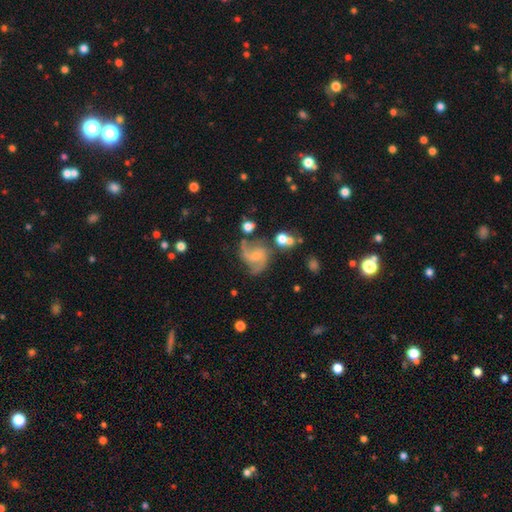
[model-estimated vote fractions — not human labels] Smooth or featured?
  - featured or disk: 81% *
  - smooth: 12%
  - star or artifact: 8%
Edge-on disk?
  - no: 98% *
  - yes: 2%
Bar?
  - no: 52% *
  - weak: 41%
  - strong: 8%
Spiral arms?
  - yes: 95% *
  - no: 5%
Spiral winding?
  - medium: 51% *
  - loose: 36%
  - tight: 13%
Spiral arm count?
  - 2: 73% *
  - 3: 12%
  - can't tell: 6%
  - 1: 3%
  - 4: 3%
  - more than 4: 2%
Bulge size?
  - small: 57% *
  - moderate: 27%
  - none: 12%
  - large: 2%
  - dominant: 1%
Merging?
  - none: 56% *
  - minor disturbance: 22%
  - major disturbance: 13%
  - merger: 9%